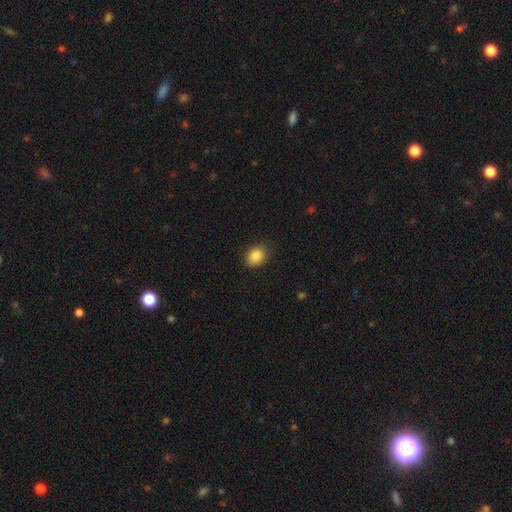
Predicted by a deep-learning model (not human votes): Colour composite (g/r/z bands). It shows a smooth galaxy with no disk features (87%) that is in between round and cigar-shaped (52%). Merging: none (79%).